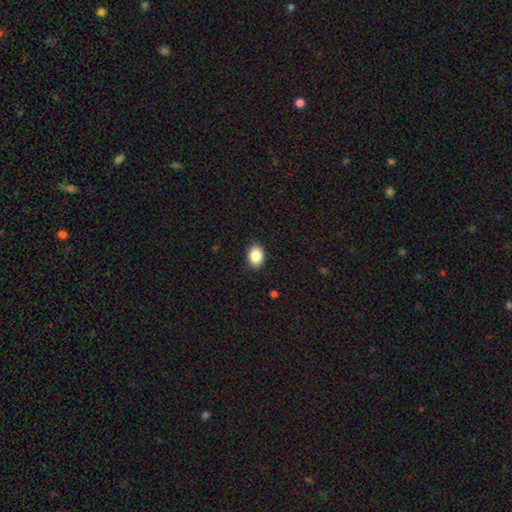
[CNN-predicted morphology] Smooth or featured? Predicted: smooth (p=0.87). How rounded? Predicted: in between (p=0.75). Merging? Predicted: none (p=0.89).